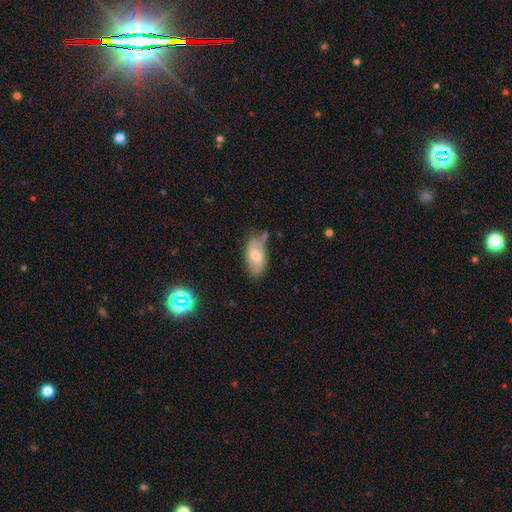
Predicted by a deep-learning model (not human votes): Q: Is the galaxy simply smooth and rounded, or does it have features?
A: smooth — 58%.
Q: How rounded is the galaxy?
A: in between — 90%.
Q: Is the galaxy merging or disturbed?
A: none — 66%.